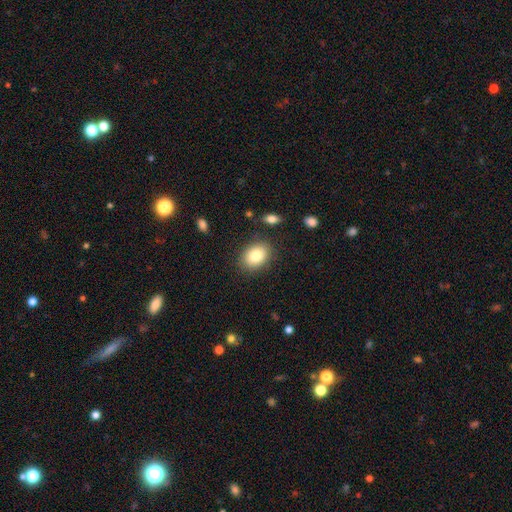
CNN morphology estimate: The model was most divided on "how rounded": in between: 67%, round: 32%, cigar-shaped: 1%. More confident: merging — none (85%); smooth or featured — smooth (82%).